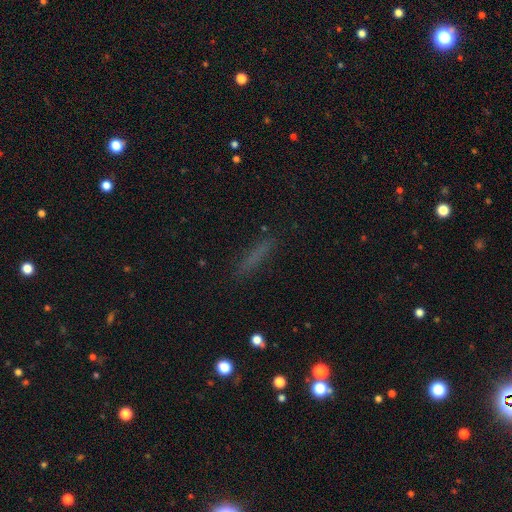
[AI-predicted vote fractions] smooth_or_featured: smooth (p=0.65) [alt: featured or disk p=0.19]
how_rounded: cigar-shaped (p=0.87) [alt: in between p=0.10]
merging: none (p=0.84) [alt: minor disturbance p=0.11]